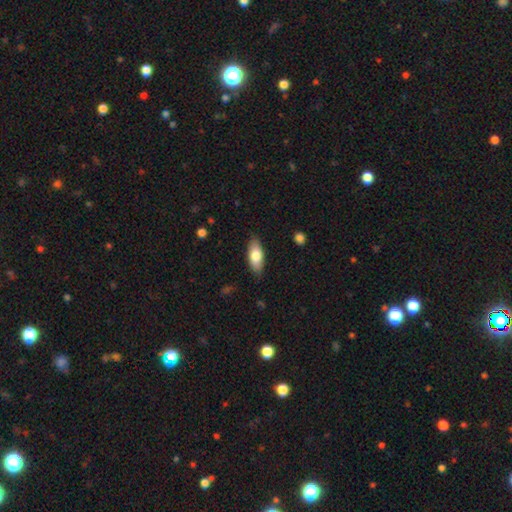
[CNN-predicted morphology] A smooth galaxy with no disk features (79%) that is in between round and cigar-shaped (83%). Merging: none (86%).